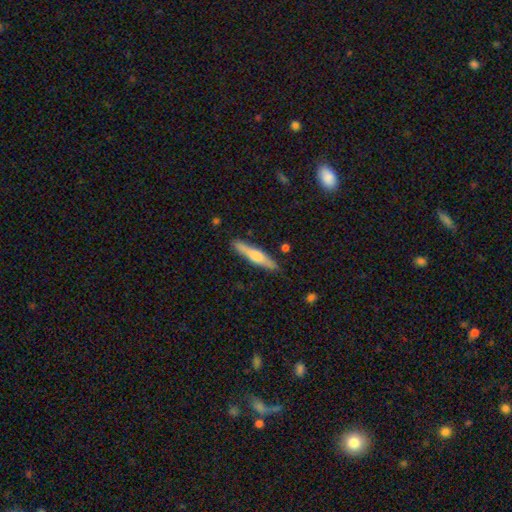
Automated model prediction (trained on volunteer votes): A smooth galaxy with no disk features (49%). Merging: none (86%).